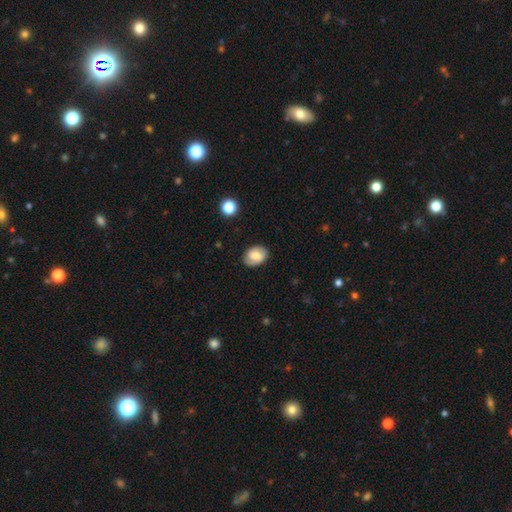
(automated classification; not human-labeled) Morphology: type=smooth (58%); roundness=in between (72%); merging=none (81%).